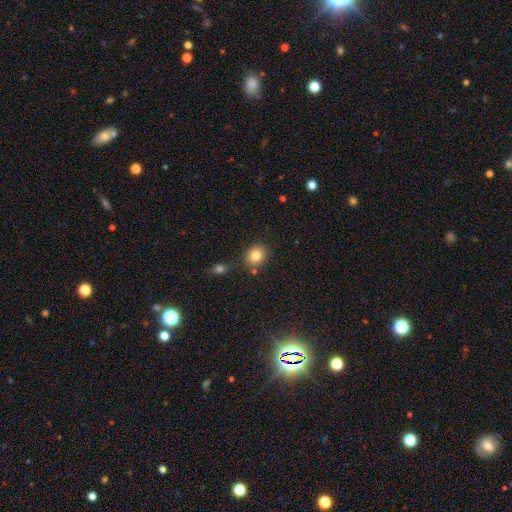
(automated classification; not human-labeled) smooth-or-featured: smooth: 82% | star or artifact: 10% | featured or disk: 8%
  how-rounded: round: 65% | in between: 34% | cigar-shaped: 1%
  merging: none: 78% | minor disturbance: 11% | merger: 8% | major disturbance: 3%